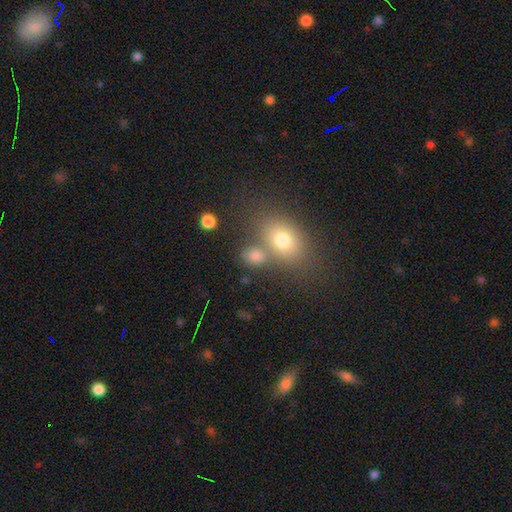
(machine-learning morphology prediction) A smooth galaxy with no disk features (76%) that is in between round and cigar-shaped (59%). Merging: none (59%).